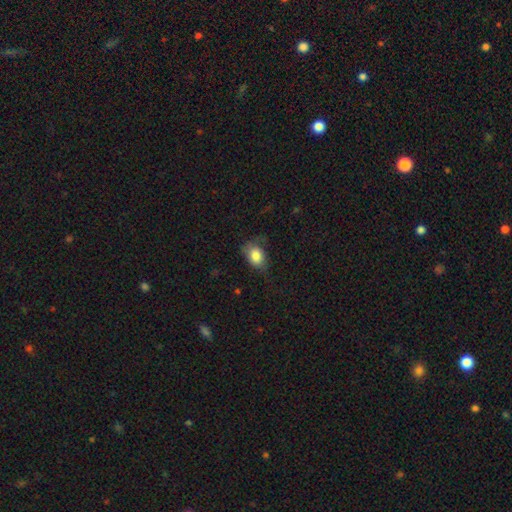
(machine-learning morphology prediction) Q: Smooth or featured?
A: smooth (81%); runner-up: featured or disk (11%)
Q: How rounded?
A: in between (72%); runner-up: round (26%)
Q: Merging?
A: none (49%); runner-up: minor disturbance (32%)